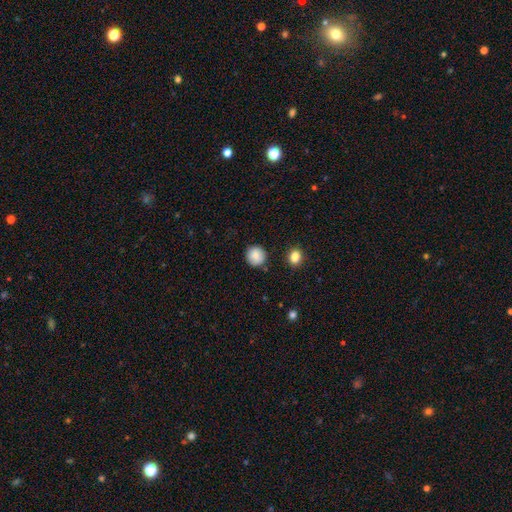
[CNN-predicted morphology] Smooth or featured? smooth (85%)
How rounded? round (93%)
Merging? none (86%)